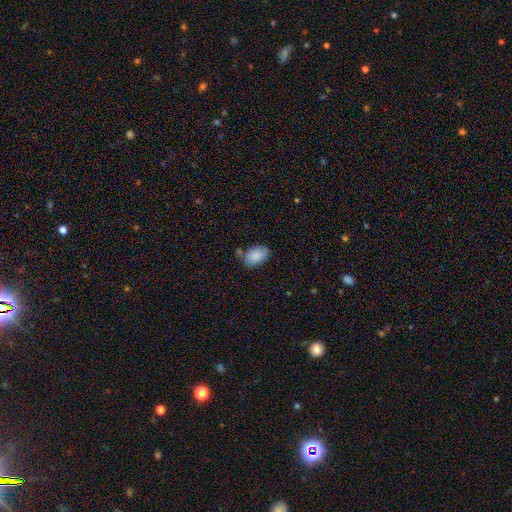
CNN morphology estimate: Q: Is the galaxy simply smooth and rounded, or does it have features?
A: smooth — 87%.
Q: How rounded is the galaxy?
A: in between — 90%.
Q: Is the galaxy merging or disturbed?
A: none — 67%.